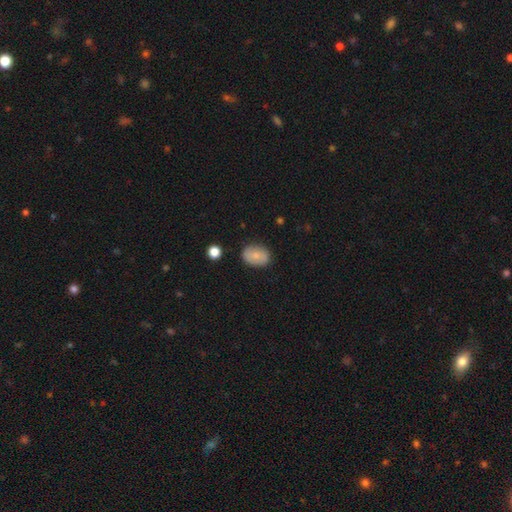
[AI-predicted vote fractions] Smooth or featured? Predicted: smooth (p=0.74). How rounded? Predicted: in between (p=0.71). Merging? Predicted: none (p=0.83).